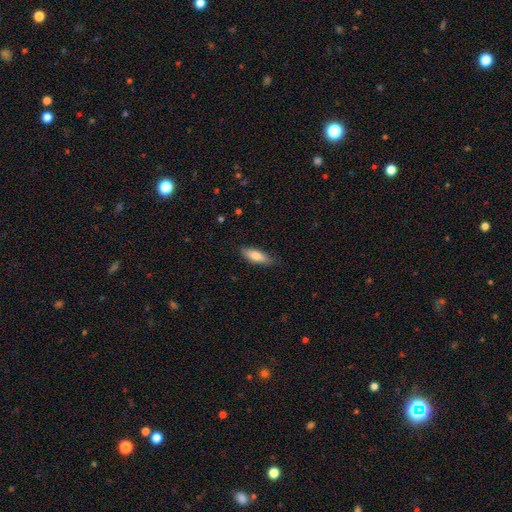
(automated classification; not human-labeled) smooth 81%, featured or disk 13%, star or artifact 6%. Down the decision tree: how rounded — in between (59%); merging — none (81%).